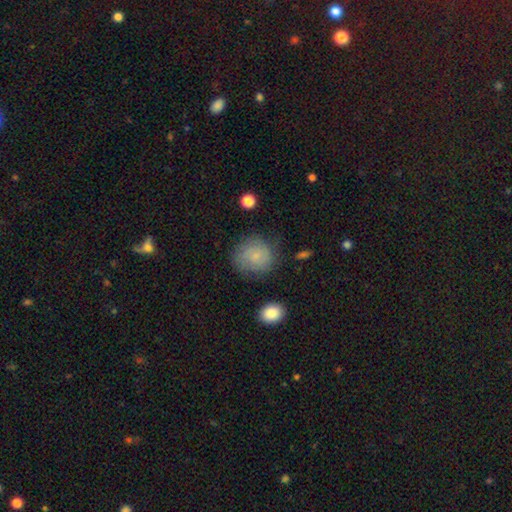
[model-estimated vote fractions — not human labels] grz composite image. It shows a smooth galaxy with no disk features (68%) that is round (83%). Merging: none (72%).